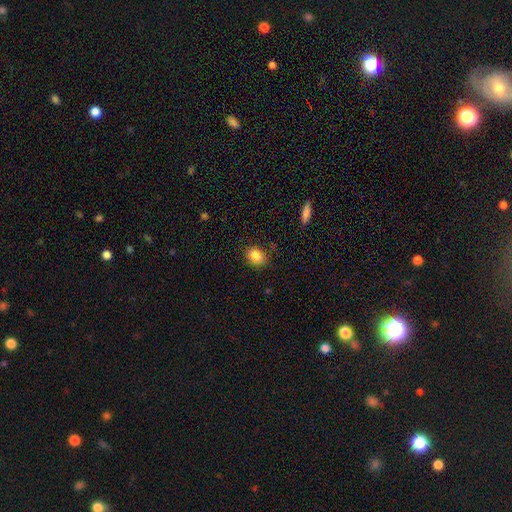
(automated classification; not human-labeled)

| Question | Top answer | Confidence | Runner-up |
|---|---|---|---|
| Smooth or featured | smooth | 85% | star or artifact (9%) |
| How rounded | in between | 58% | round (41%) |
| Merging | none | 84% | minor disturbance (12%) |